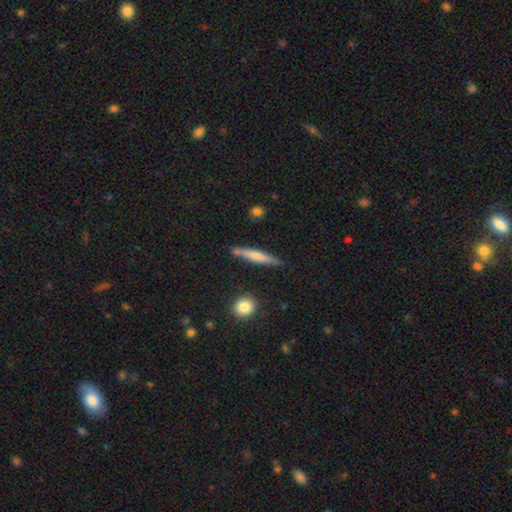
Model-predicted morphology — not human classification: featured or disk 48%, smooth 46%, star or artifact 7%. Down the decision tree: merging — none (84%).